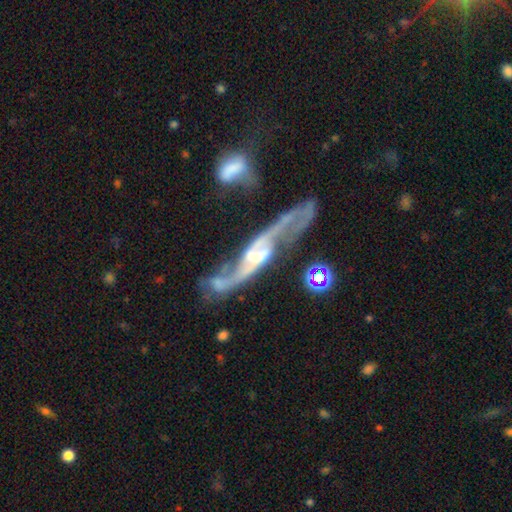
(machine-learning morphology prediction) The model was most divided on "bulge size": small: 44%, moderate: 32%, none: 16%, large: 6%, dominant: 2%. Remaining: spiral arms — yes (93%); spiral arm count — 2 (91%); smooth or featured — featured or disk (87%); edge-on disk — no (84%); spiral winding — loose (74%); bar — weak (43%); merging — none (39%).